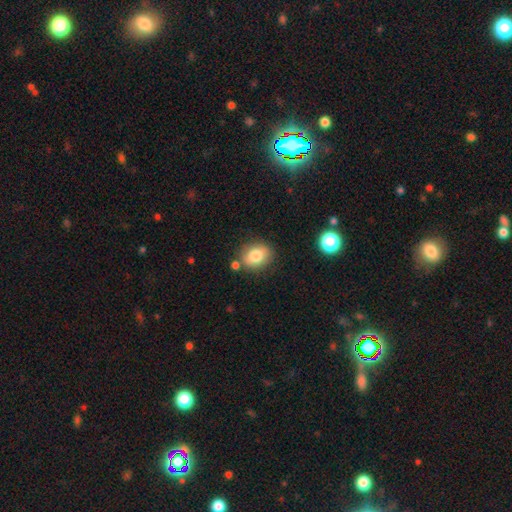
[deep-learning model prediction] A smooth galaxy with no disk features (79%) that is in between round and cigar-shaped (54%).

Vote fractions:
- Smooth or featured? smooth: 79% / featured or disk: 12% / star or artifact: 9%
- How rounded? in between: 54% / round: 45% / cigar-shaped: 1%
- Merging? none: 76% / minor disturbance: 13% / merger: 7% / major disturbance: 3%